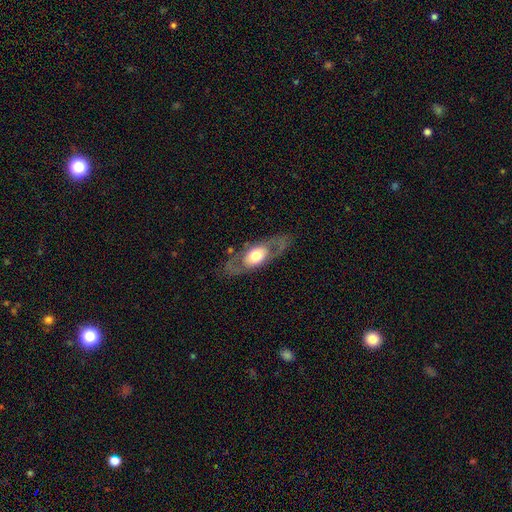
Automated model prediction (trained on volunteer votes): Overall: featured or disk (63%; smooth 32%). Edge-on disk: no (80%). Bar: no (83%). Spiral arms: no (67%; yes 33%). Bulge size: moderate (47%; large 44%). Merging: none (78%).